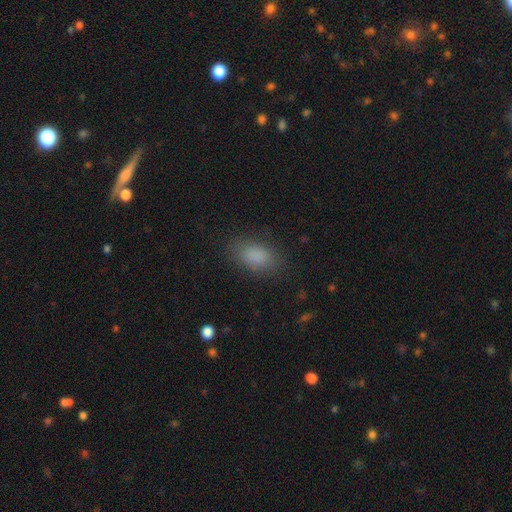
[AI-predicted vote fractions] Smooth or featured? Predicted: smooth (p=0.85). How rounded? Predicted: in between (p=0.89). Merging? Predicted: none (p=0.82).